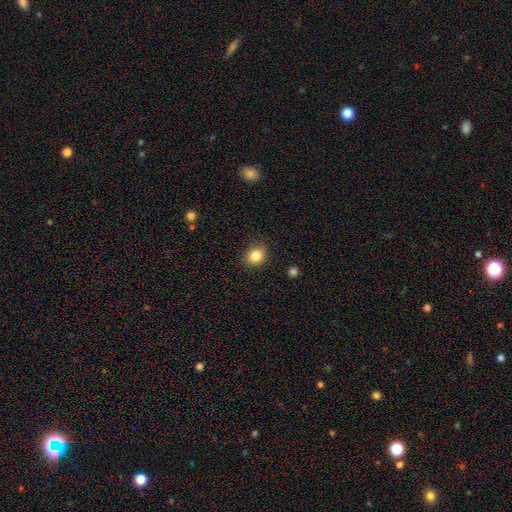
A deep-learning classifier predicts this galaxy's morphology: smooth-or-featured: smooth: 85% | star or artifact: 10% | featured or disk: 6%
  how-rounded: round: 66% | in between: 34% | cigar-shaped: 1%
  merging: none: 87% | minor disturbance: 9% | major disturbance: 3% | merger: 1%